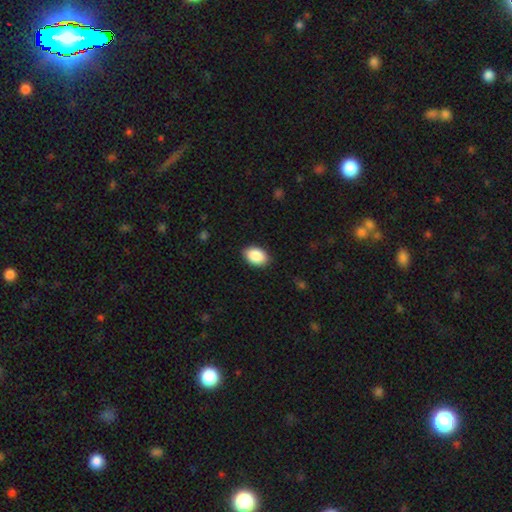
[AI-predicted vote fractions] A smooth galaxy with no disk features (89%) that is in between round and cigar-shaped (87%). Merging: none (88%).